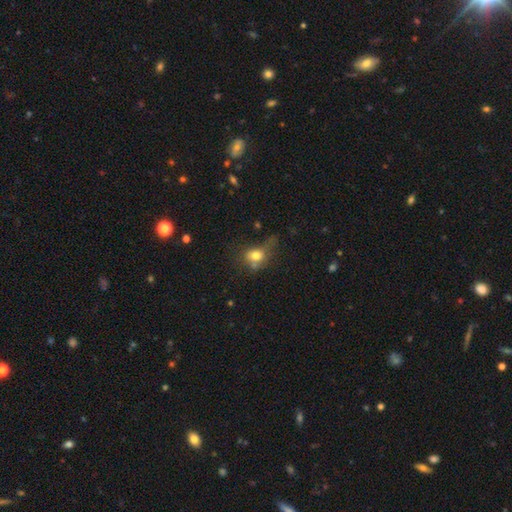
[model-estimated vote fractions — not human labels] Smooth or featured? Predicted: smooth (p=0.73). How rounded? Predicted: in between (p=0.51). Merging? Predicted: none (p=0.33).